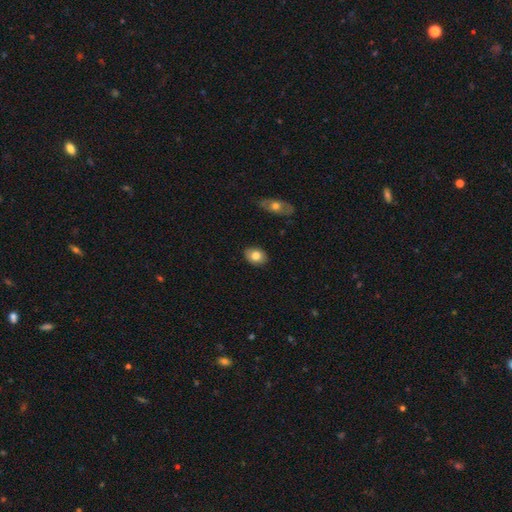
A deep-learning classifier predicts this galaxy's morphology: The model was most divided on "how rounded": in between: 74%, round: 25%, cigar-shaped: 1%. More confident: merging — none (86%); smooth or featured — smooth (77%).